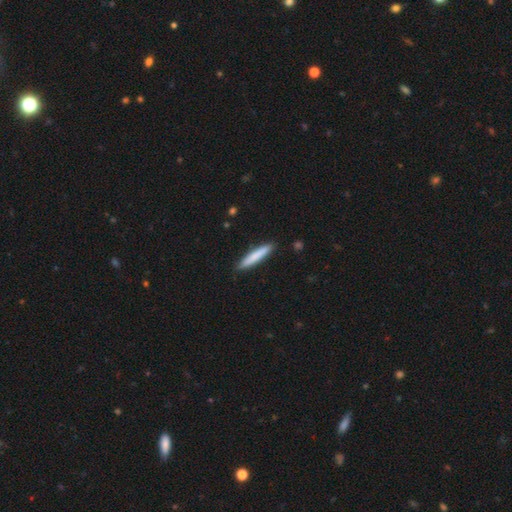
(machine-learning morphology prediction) Q: Smooth or featured?
A: smooth (80%); runner-up: featured or disk (15%)
Q: How rounded?
A: cigar-shaped (92%); runner-up: in between (7%)
Q: Merging?
A: none (90%); runner-up: minor disturbance (7%)